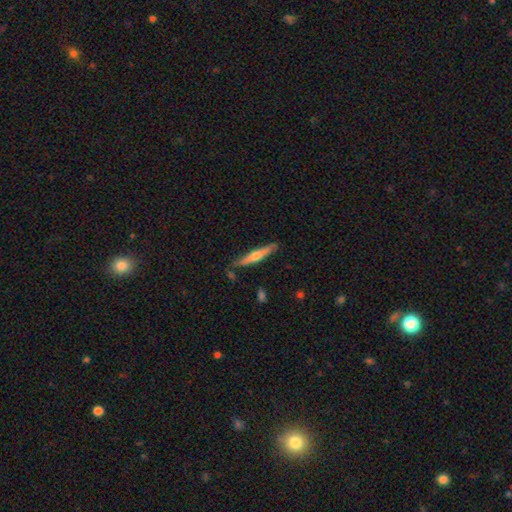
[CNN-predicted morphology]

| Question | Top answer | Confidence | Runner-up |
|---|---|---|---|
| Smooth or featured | featured or disk | 56% | smooth (38%) |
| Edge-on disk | yes | 96% | no (4%) |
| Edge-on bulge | rounded | 82% | none (12%) |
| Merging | none | 84% | minor disturbance (11%) |